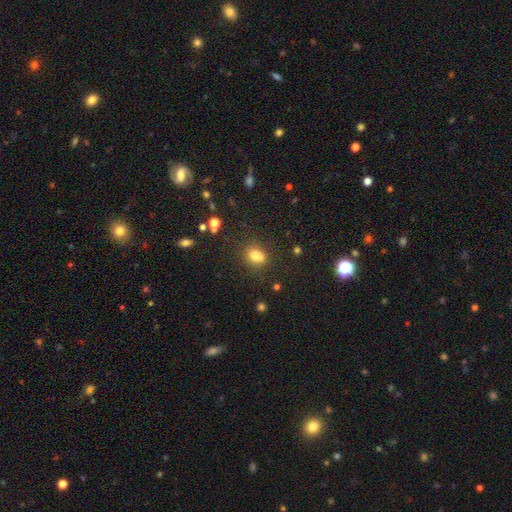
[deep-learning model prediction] This appears to be a smooth galaxy with no disk features (77%) that is in between round and cigar-shaped (51%). Merging: none (59%).